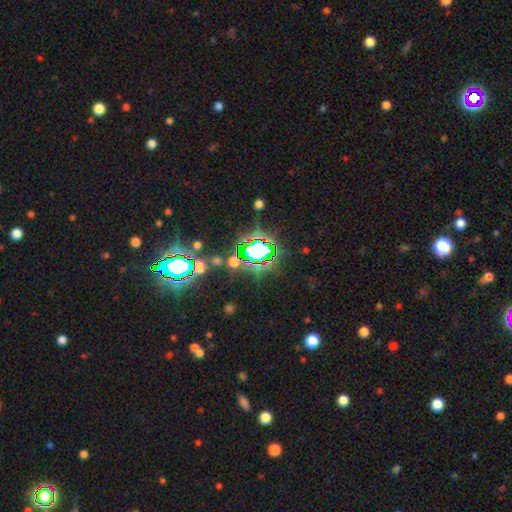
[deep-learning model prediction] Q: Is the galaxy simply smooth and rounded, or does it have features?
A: star or artifact — 72%.